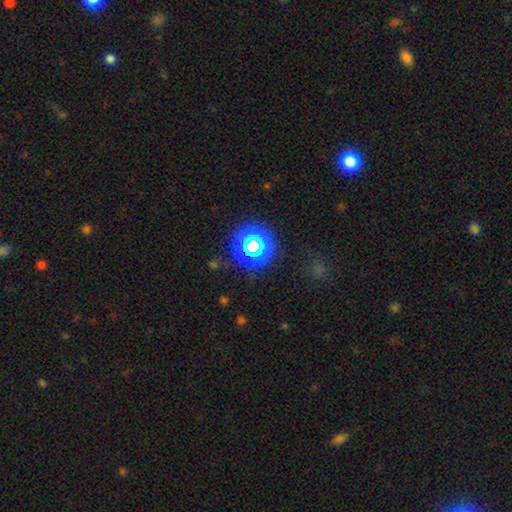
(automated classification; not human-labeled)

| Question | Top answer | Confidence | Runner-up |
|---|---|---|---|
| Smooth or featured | star or artifact | 53% | smooth (42%) |